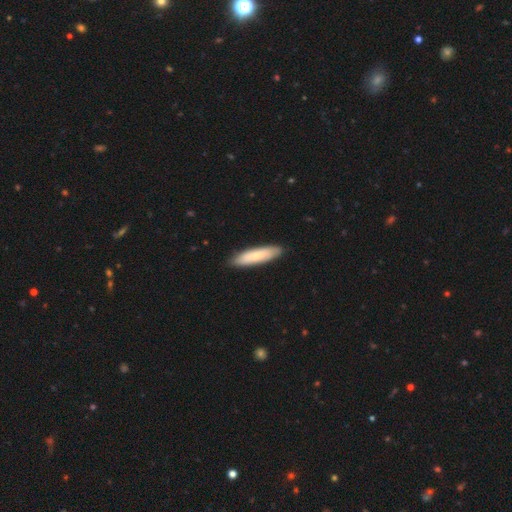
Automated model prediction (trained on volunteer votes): Smooth or featured? Predicted: smooth (p=0.79). How rounded? Predicted: cigar-shaped (p=0.75). Merging? Predicted: none (p=0.89).